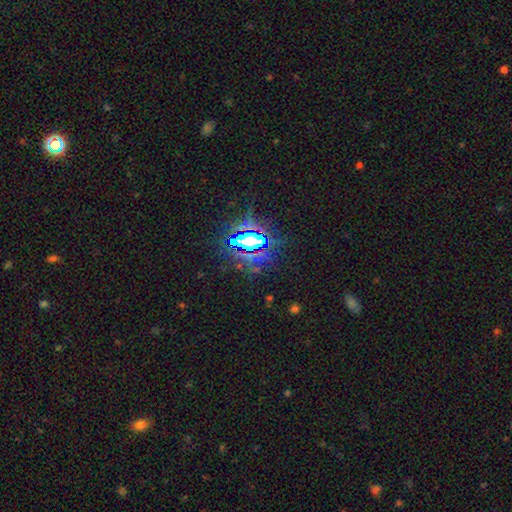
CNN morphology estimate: Smooth or featured: star or artifact — 82% (smooth — 11%)